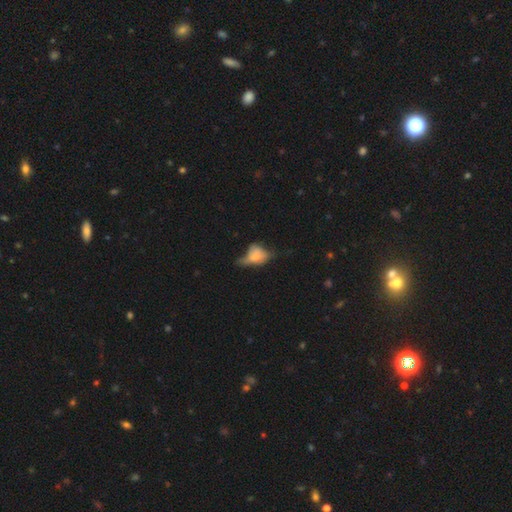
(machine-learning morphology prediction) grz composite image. It shows a smooth galaxy with no disk features (55%) that is in between round and cigar-shaped (78%). Merging: major disturbance (36%).